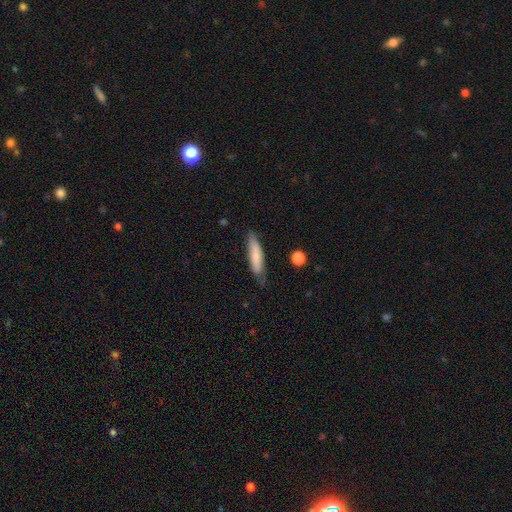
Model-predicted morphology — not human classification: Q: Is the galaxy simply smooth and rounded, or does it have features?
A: smooth — 77%.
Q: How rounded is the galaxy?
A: cigar-shaped — 78%.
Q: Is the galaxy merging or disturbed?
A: none — 71%.